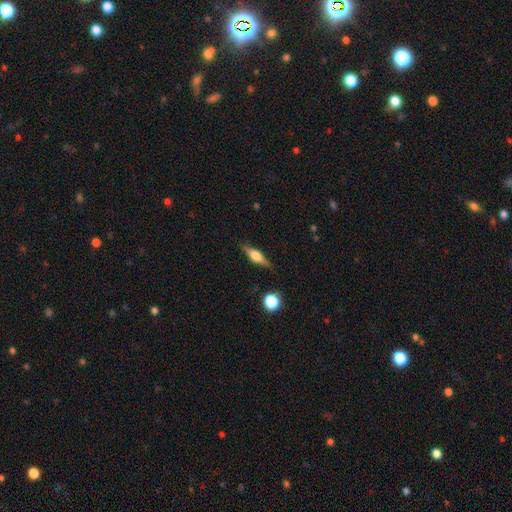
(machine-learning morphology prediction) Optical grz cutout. It shows a featured or disk galaxy (66%) viewed edge-on (96%) with a rounded central bulge (85%). Merging: none (84%).